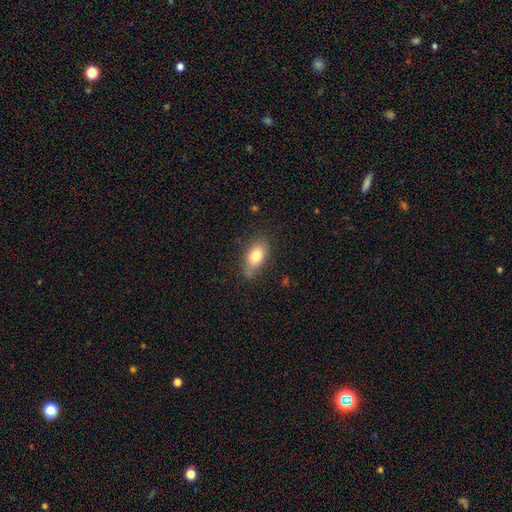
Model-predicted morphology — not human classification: The model was most divided on "merging": none: 71%, minor disturbance: 21%, major disturbance: 5%, merger: 3%. More confident: how rounded — in between (88%); smooth or featured — smooth (77%).